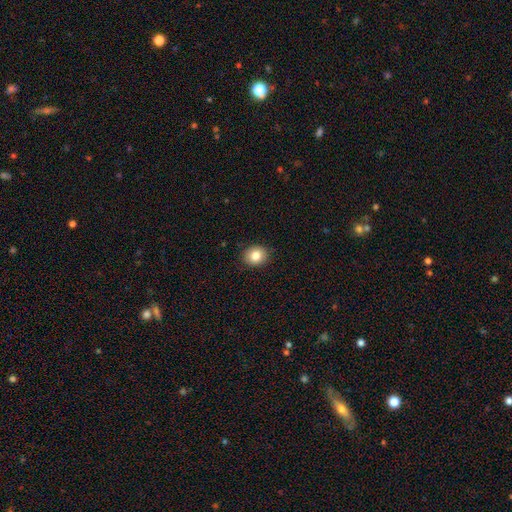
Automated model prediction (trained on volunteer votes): Smooth or featured: smooth — 84% (star or artifact — 10%)
How rounded: round — 71% (in between — 28%)
Merging: none — 89% (minor disturbance — 8%)